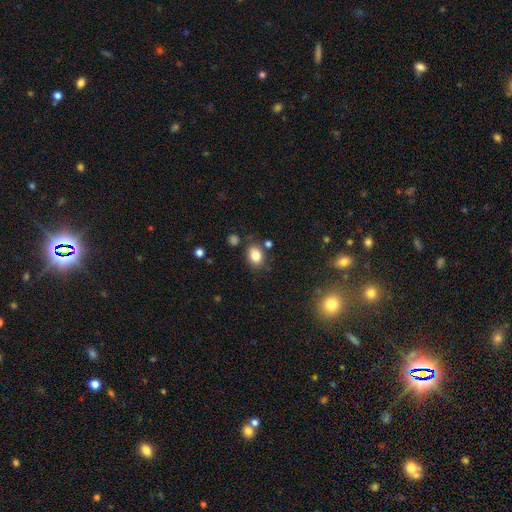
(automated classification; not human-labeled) This is clearly a smooth galaxy (83%). How rounded: likely in between (67%). Merging: likely none (77%).